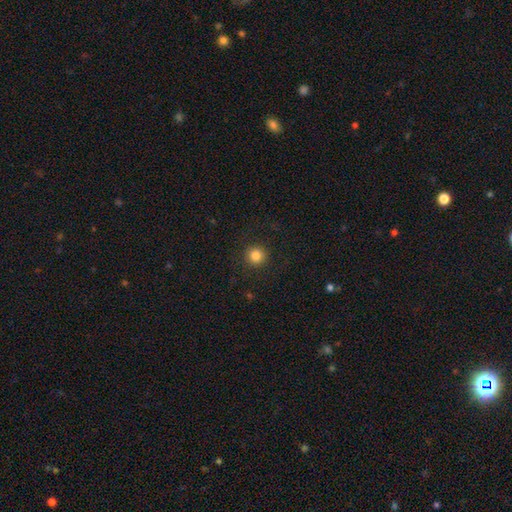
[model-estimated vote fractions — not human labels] Smooth or featured? Predicted: smooth (p=0.83). How rounded? Predicted: round (p=0.95). Merging? Predicted: none (p=0.92).